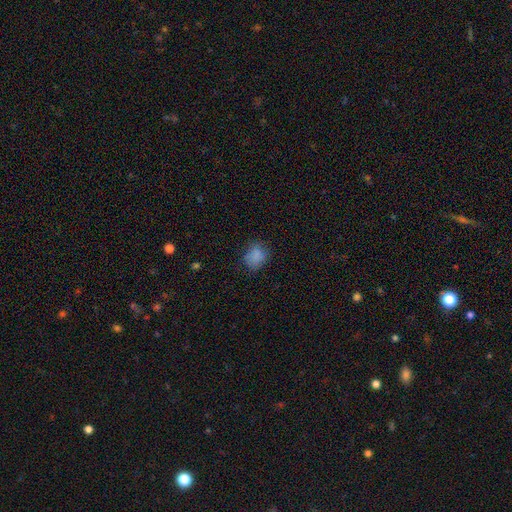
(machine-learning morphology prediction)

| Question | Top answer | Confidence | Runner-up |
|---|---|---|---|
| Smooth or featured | smooth | 82% | star or artifact (11%) |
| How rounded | round | 55% | in between (44%) |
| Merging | none | 72% | minor disturbance (20%) |